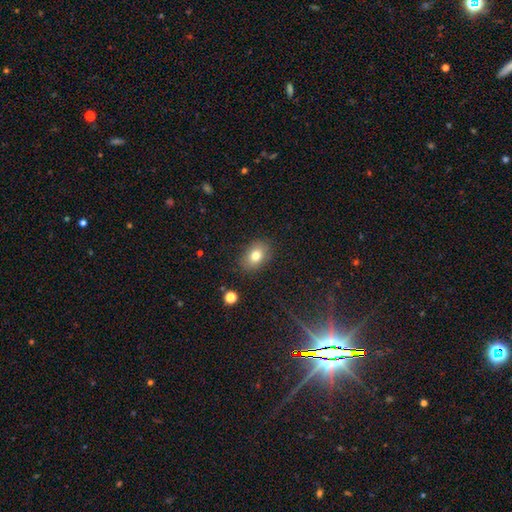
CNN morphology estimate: Q: Smooth or featured?
A: smooth (78%); runner-up: featured or disk (12%)
Q: How rounded?
A: in between (73%); runner-up: round (25%)
Q: Merging?
A: none (85%); runner-up: minor disturbance (10%)